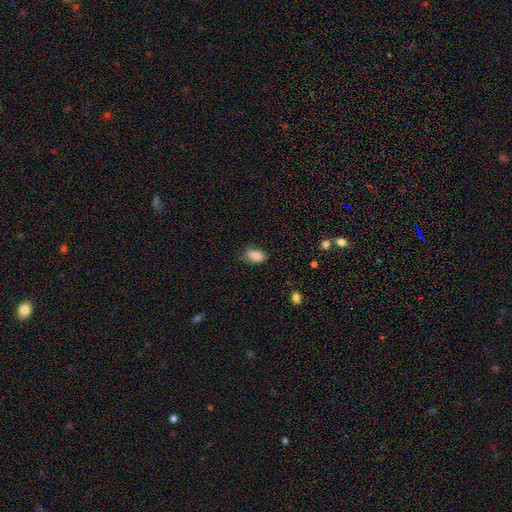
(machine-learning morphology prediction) This appears to be a smooth galaxy with no disk features (83%) that is in between round and cigar-shaped (88%). Merging: none (54%).